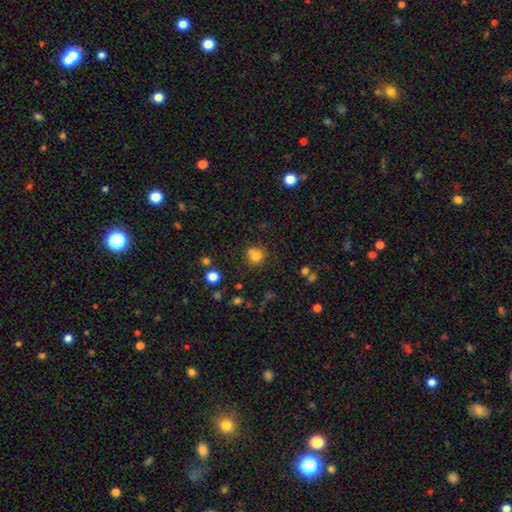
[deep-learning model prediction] smooth_or_featured: smooth (p=0.76) [alt: star or artifact p=0.14]
how_rounded: round (p=0.86) [alt: in between p=0.14]
merging: none (p=0.57) [alt: merger p=0.26]